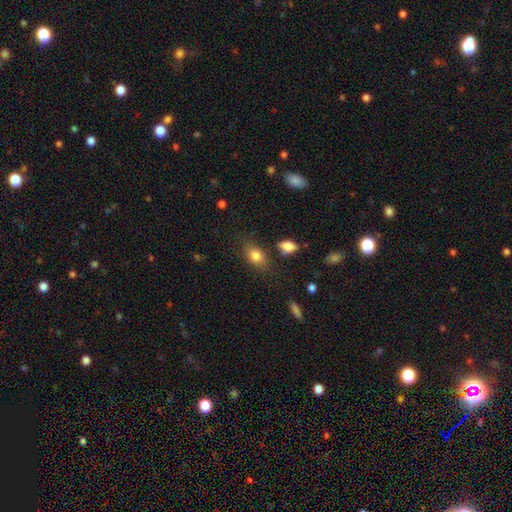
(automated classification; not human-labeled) Overall: smooth (82%). How rounded: in between (79%). Merging: none (74%).